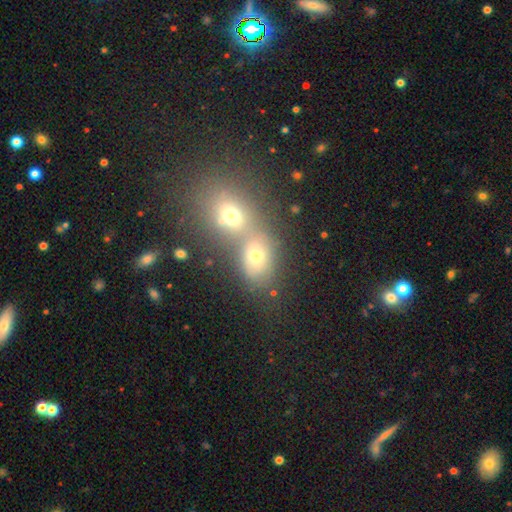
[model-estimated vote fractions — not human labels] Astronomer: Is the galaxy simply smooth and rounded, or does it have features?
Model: smooth — 64%.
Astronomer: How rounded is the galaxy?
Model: in between — 53% (runner-up: round, 46%).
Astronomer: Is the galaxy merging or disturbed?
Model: merger — 55% (runner-up: none, 33%).